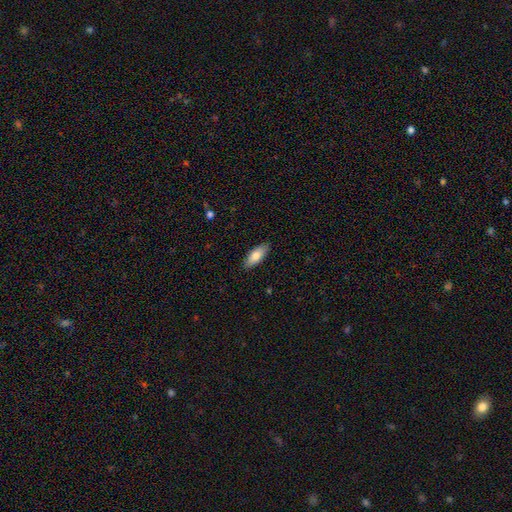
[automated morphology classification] This appears to be a smooth galaxy with no disk features (78%) that is in between round and cigar-shaped (76%). Merging: none (88%).